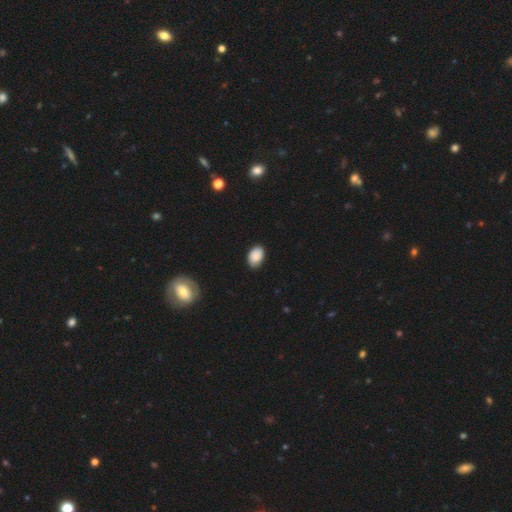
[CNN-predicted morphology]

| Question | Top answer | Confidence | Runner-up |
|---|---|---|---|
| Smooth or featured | smooth | 88% | star or artifact (7%) |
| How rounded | in between | 86% | round (13%) |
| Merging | none | 81% | minor disturbance (15%) |